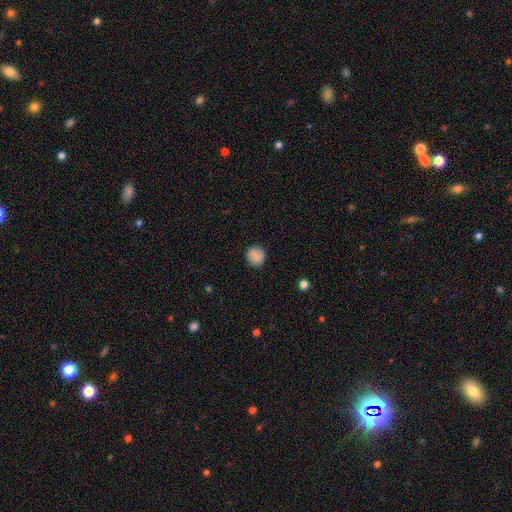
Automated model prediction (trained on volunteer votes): Q: Smooth or featured?
A: smooth (84%); runner-up: star or artifact (9%)
Q: How rounded?
A: round (84%); runner-up: in between (15%)
Q: Merging?
A: none (85%); runner-up: minor disturbance (10%)